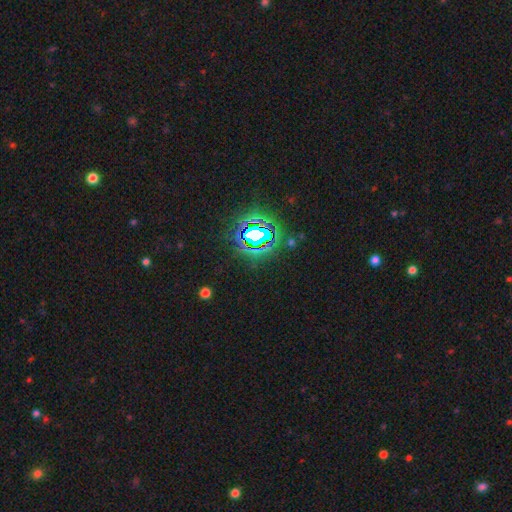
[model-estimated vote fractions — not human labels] Smooth or featured?
  - star or artifact: 84% *
  - smooth: 10%
  - featured or disk: 6%